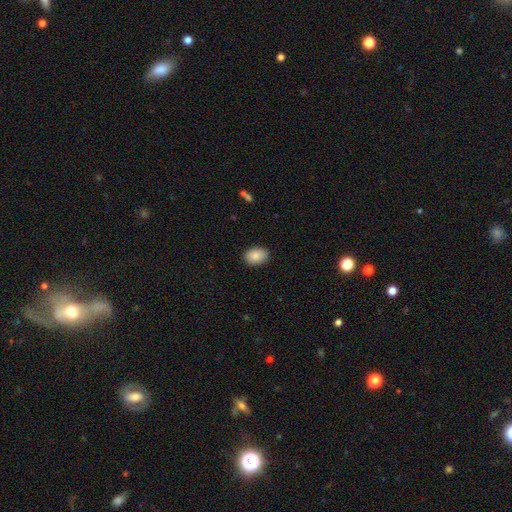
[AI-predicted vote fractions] Overall: smooth (88%). How rounded: in between (82%). Merging: none (87%).